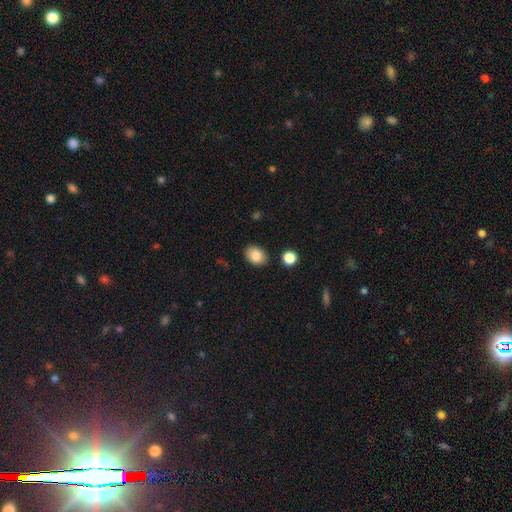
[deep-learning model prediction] Smooth or featured?
  - smooth: 86% *
  - star or artifact: 8%
  - featured or disk: 6%
How rounded?
  - in between: 65% *
  - round: 34%
  - cigar-shaped: 1%
Merging?
  - none: 86% *
  - minor disturbance: 9%
  - merger: 3%
  - major disturbance: 2%